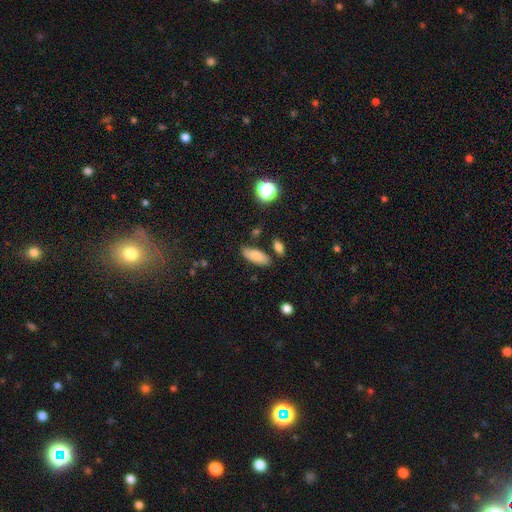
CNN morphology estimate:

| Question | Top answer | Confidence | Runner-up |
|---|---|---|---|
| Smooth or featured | smooth | 83% | featured or disk (9%) |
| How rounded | in between | 78% | cigar-shaped (19%) |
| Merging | none | 78% | minor disturbance (14%) |